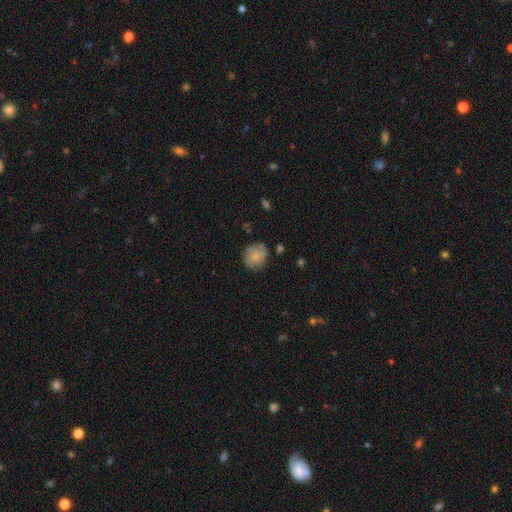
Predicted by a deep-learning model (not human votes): smooth-or-featured: smooth: 73% | featured or disk: 19% | star or artifact: 8%
  how-rounded: round: 70% | in between: 29% | cigar-shaped: 1%
  merging: none: 73% | minor disturbance: 20% | major disturbance: 5% | merger: 2%